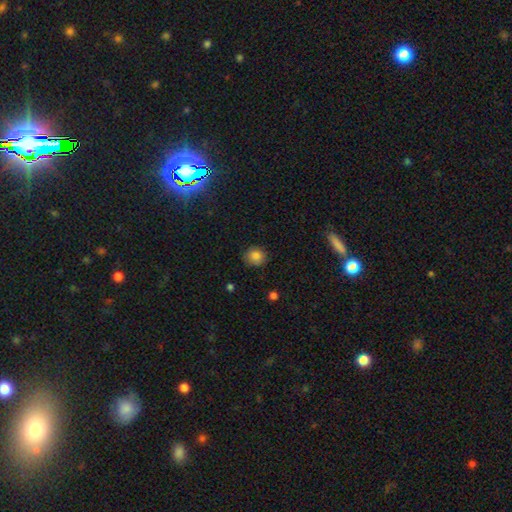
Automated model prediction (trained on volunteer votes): Smooth or featured?
  - smooth: 84% *
  - star or artifact: 11%
  - featured or disk: 6%
How rounded?
  - round: 84% *
  - in between: 15%
  - cigar-shaped: 1%
Merging?
  - none: 84% *
  - minor disturbance: 13%
  - major disturbance: 3%
  - merger: 1%